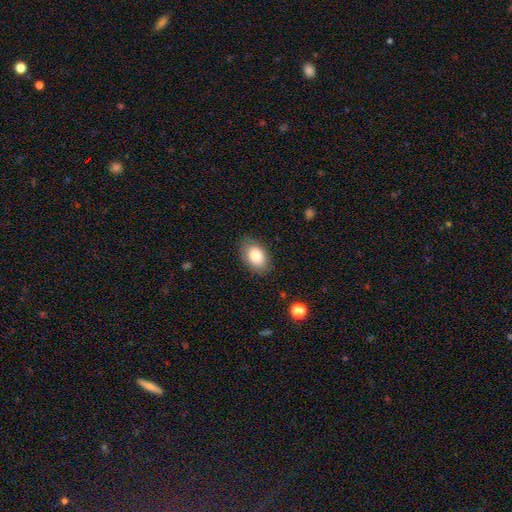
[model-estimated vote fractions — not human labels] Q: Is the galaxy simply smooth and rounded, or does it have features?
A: smooth — 82%.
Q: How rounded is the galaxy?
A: in between — 87%.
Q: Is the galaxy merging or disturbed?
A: none — 81%.